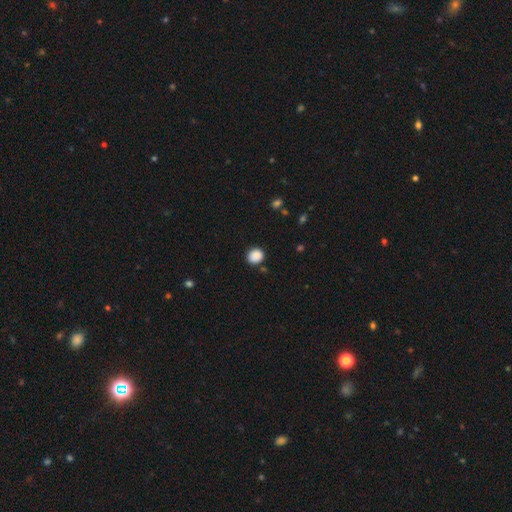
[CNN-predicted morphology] type=smooth (87%); roundness=round (81%); merging=none (82%).